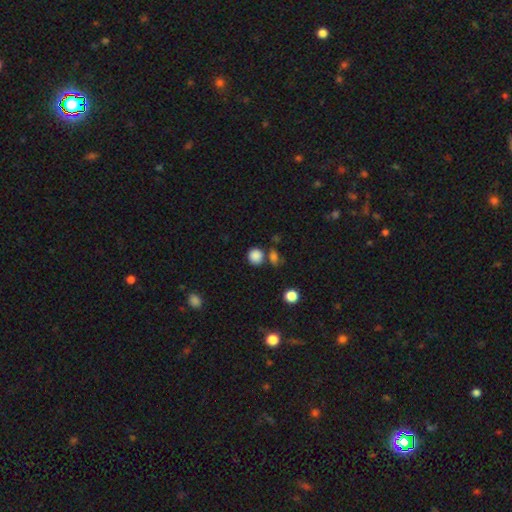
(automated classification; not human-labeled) Q: Smooth or featured?
A: smooth (85%); runner-up: star or artifact (11%)
Q: How rounded?
A: round (87%); runner-up: in between (12%)
Q: Merging?
A: none (71%); runner-up: merger (14%)